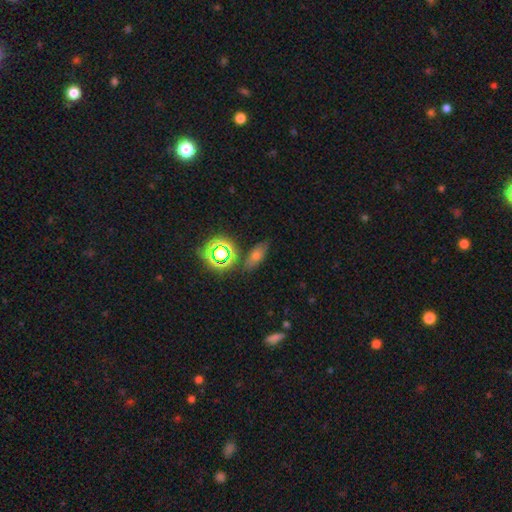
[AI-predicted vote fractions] This is possibly a smooth galaxy (54%). How rounded: likely in between (64%). Merging: likely none (80%).